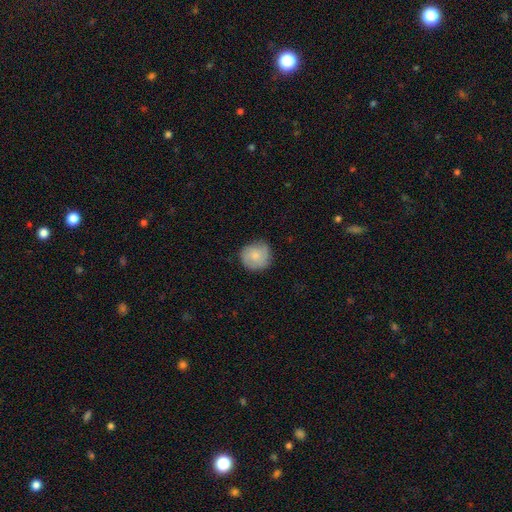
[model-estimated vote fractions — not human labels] Smooth or featured: smooth — 73% (featured or disk — 20%)
How rounded: round — 91% (in between — 8%)
Merging: none — 77% (minor disturbance — 18%)